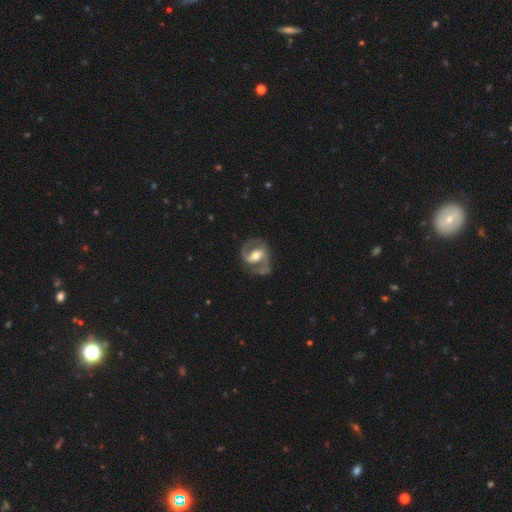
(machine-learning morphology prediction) This appears to be a featured or disk galaxy (86%) with a weak bar (42%), 2 (88%) medium (56%) spiral arms (93%) and a moderate central bulge (69%). Merging: none (70%).